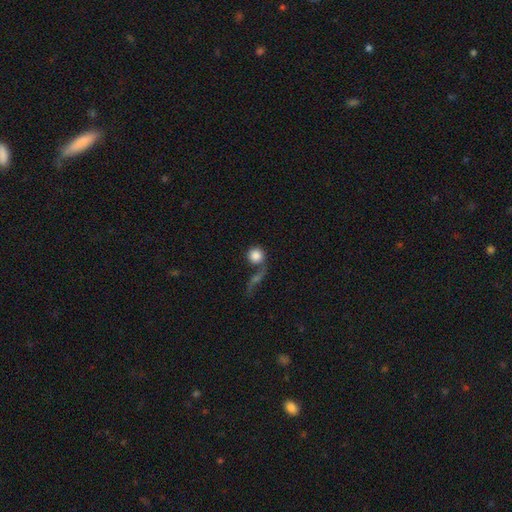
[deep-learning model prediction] Q: Smooth or featured?
A: smooth (80%); runner-up: featured or disk (12%)
Q: How rounded?
A: round (92%); runner-up: in between (7%)
Q: Merging?
A: none (47%); runner-up: merger (32%)